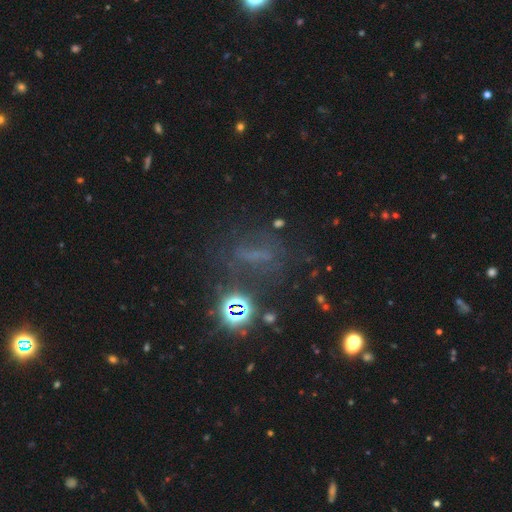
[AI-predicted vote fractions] This is marginally a star or artifact rather than a galaxy (41%).